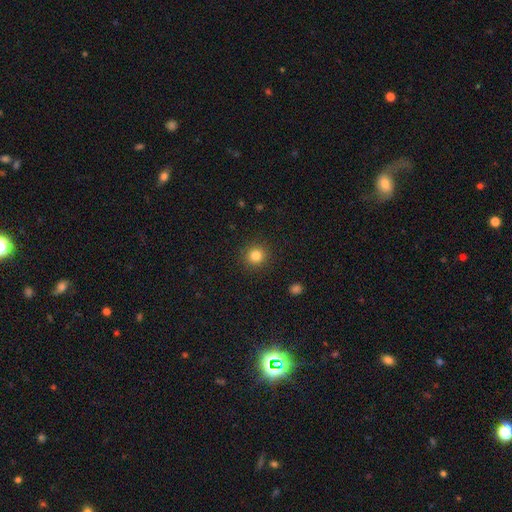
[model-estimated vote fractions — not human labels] smooth-or-featured: smooth: 83% | star or artifact: 12% | featured or disk: 5%
  how-rounded: round: 93% | in between: 6% | cigar-shaped: 1%
  merging: none: 91% | minor disturbance: 6% | major disturbance: 2% | merger: 1%